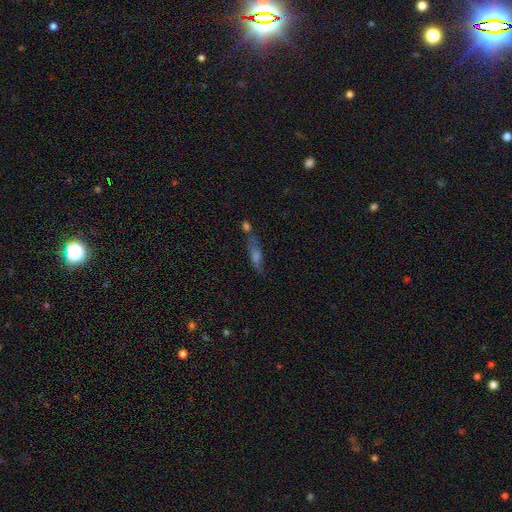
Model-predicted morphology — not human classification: Smooth or featured?
  - smooth: 43% *
  - featured or disk: 39%
  - star or artifact: 18%
Merging?
  - none: 57% *
  - merger: 18%
  - minor disturbance: 17%
  - major disturbance: 8%